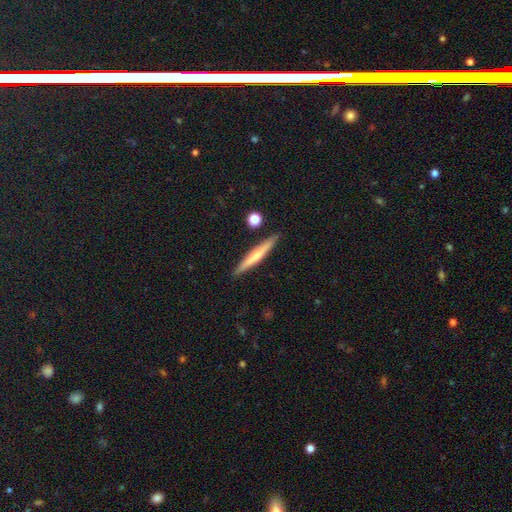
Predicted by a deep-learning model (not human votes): smooth_or_featured: smooth (p=0.51) [alt: featured or disk p=0.43]
how_rounded: cigar-shaped (p=0.95) [alt: in between p=0.03]
merging: none (p=0.89) [alt: minor disturbance p=0.07]